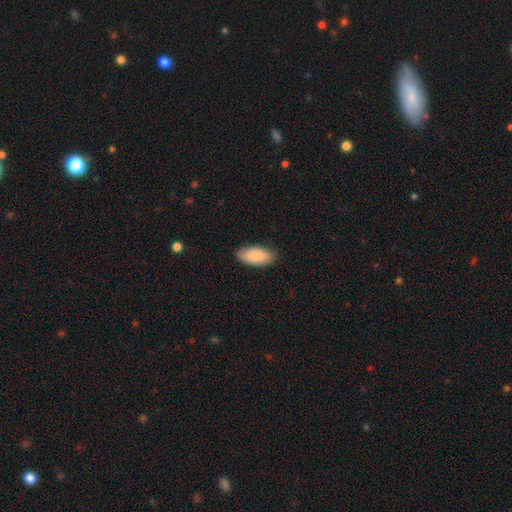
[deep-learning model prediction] smooth-or-featured: smooth: 88% | featured or disk: 7% | star or artifact: 5%
  how-rounded: in between: 91% | cigar-shaped: 8% | round: 2%
  merging: none: 83% | minor disturbance: 13% | major disturbance: 2% | merger: 1%